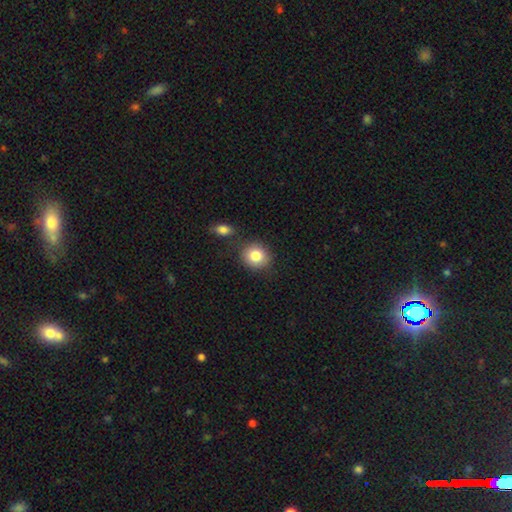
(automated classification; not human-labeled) Q: Smooth or featured?
A: smooth (83%); runner-up: star or artifact (9%)
Q: How rounded?
A: round (81%); runner-up: in between (18%)
Q: Merging?
A: none (78%); runner-up: minor disturbance (10%)